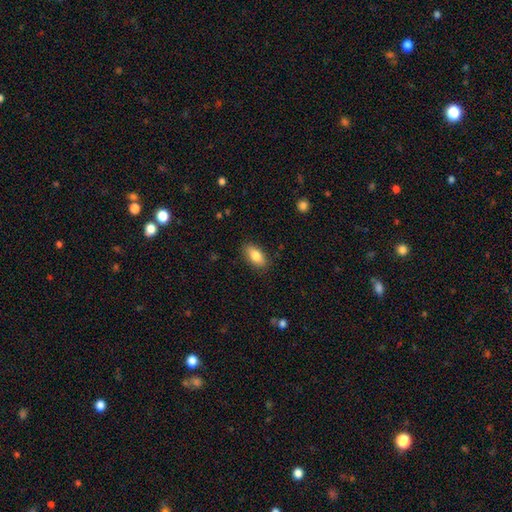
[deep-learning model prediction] Overall: smooth (83%). How rounded: in between (89%). Merging: none (86%).